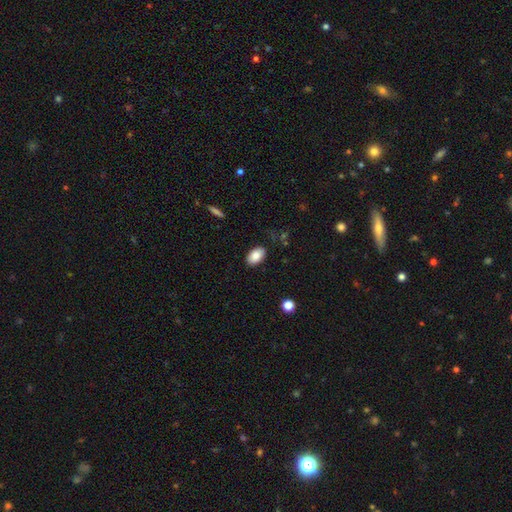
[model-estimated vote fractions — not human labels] Morphology: type=smooth (85%); roundness=in between (92%); merging=none (86%).